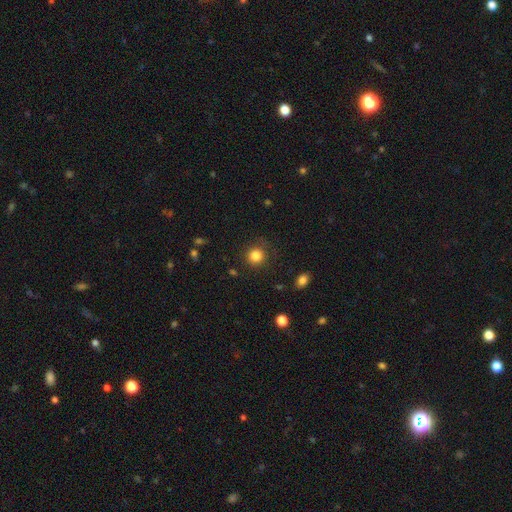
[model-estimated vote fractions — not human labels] Smooth or featured? Predicted: smooth (p=0.83). How rounded? Predicted: round (p=0.92). Merging? Predicted: none (p=0.84).